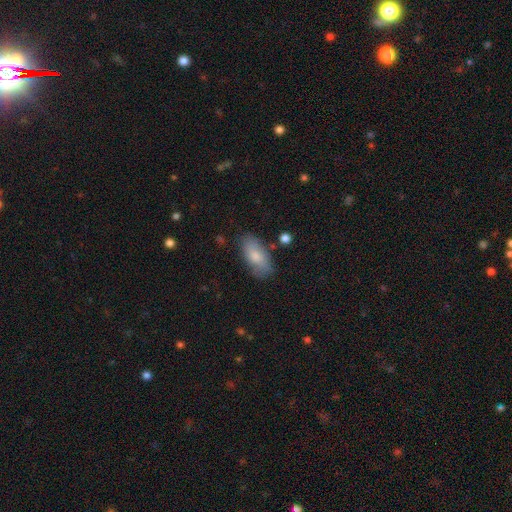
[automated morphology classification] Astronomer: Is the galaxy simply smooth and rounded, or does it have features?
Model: smooth — 78%.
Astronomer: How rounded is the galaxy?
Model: in between — 89%.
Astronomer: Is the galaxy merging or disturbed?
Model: none — 75%.